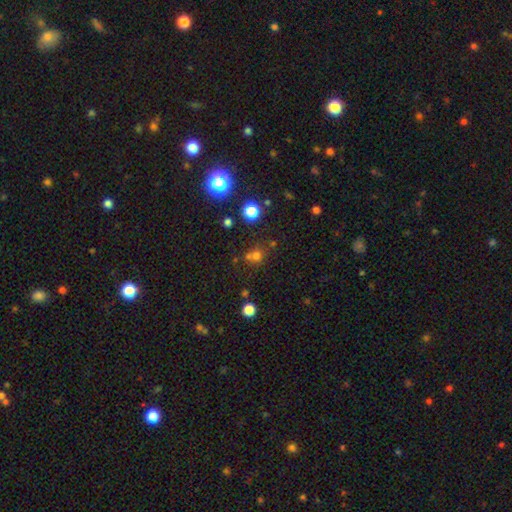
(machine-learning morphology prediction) type=smooth (61%); roundness=round (83%); merging=none (55%).